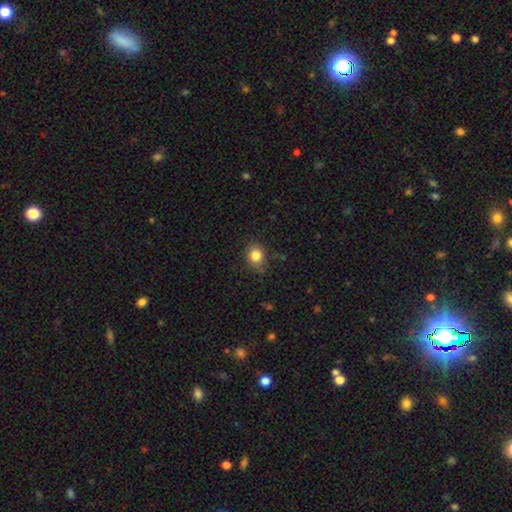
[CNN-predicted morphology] This appears to be a smooth galaxy with no disk features (84%) that is round (63%). Merging: none (81%).